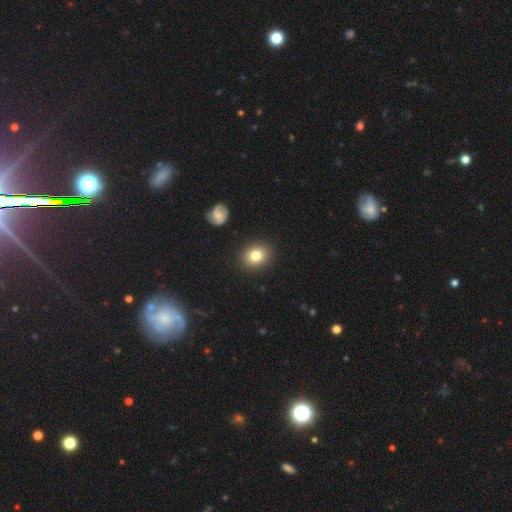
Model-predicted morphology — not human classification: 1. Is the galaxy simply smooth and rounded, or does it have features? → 81% smooth, 10% star or artifact, 9% featured or disk.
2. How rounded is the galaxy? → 61% round, 38% in between, 1% cigar-shaped.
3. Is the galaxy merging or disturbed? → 89% none, 7% minor disturbance, 2% major disturbance, 1% merger.